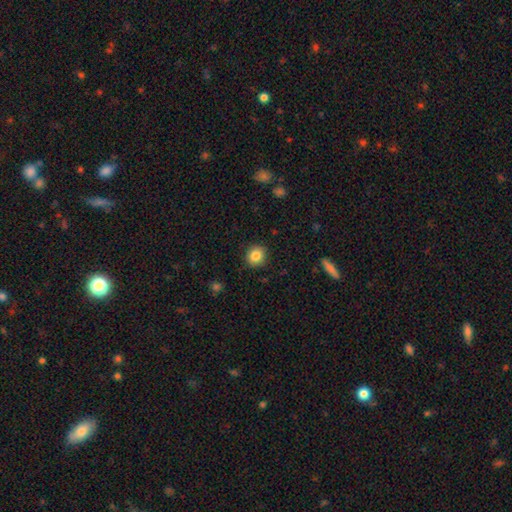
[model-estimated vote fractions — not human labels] A smooth galaxy with no disk features (84%) that is round (87%).

Vote fractions:
- Smooth or featured? smooth: 84% / star or artifact: 10% / featured or disk: 6%
- How rounded? round: 87% / in between: 12% / cigar-shaped: 1%
- Merging? none: 90% / minor disturbance: 7% / major disturbance: 2% / merger: 1%